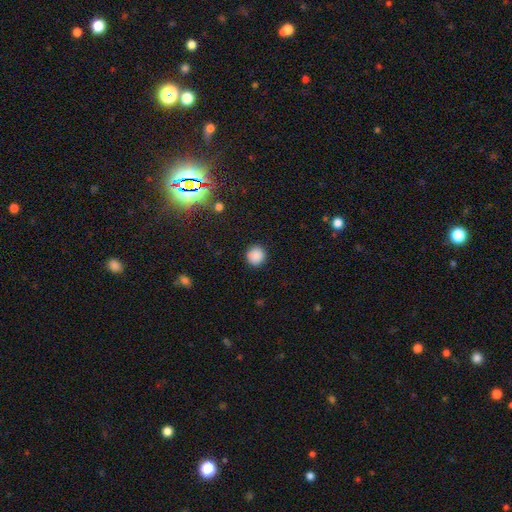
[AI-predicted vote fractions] smooth_or_featured: smooth (p=0.87) [alt: star or artifact p=0.10]
how_rounded: round (p=0.94) [alt: in between p=0.05]
merging: none (p=0.91) [alt: minor disturbance p=0.06]